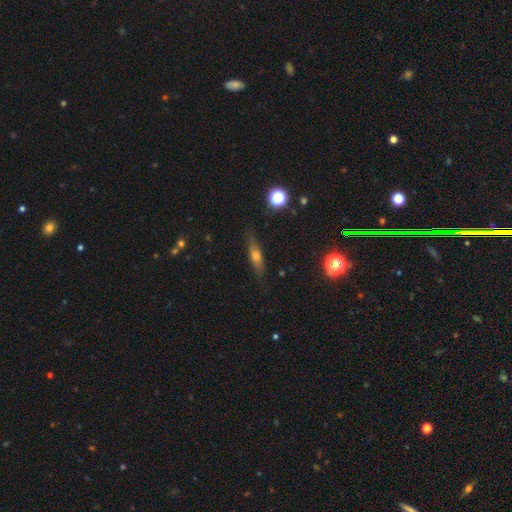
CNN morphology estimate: This appears to be a smooth galaxy with no disk features (46%). Merging: none (84%).